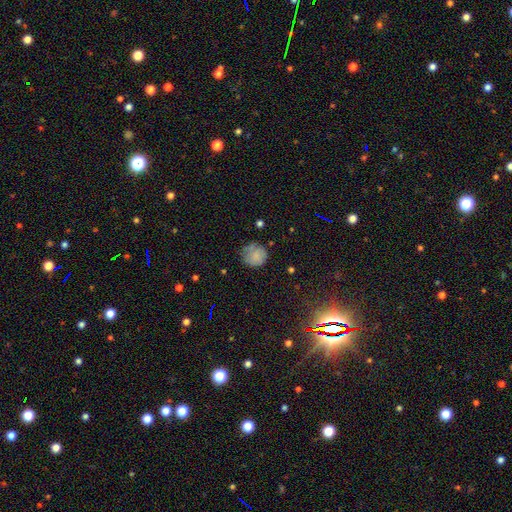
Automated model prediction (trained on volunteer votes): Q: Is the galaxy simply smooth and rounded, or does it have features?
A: smooth — 76%.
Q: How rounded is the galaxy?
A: round — 89%.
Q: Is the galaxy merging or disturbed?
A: none — 63%.